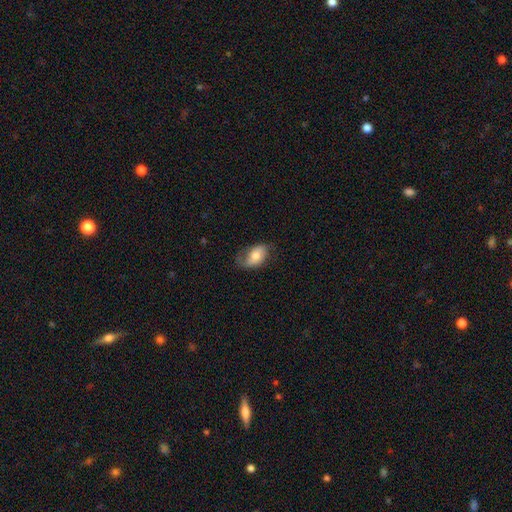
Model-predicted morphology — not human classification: smooth-or-featured: smooth: 61% | featured or disk: 31% | star or artifact: 7%
  how-rounded: in between: 89% | round: 9% | cigar-shaped: 2%
  merging: none: 56% | minor disturbance: 29% | major disturbance: 14% | merger: 1%